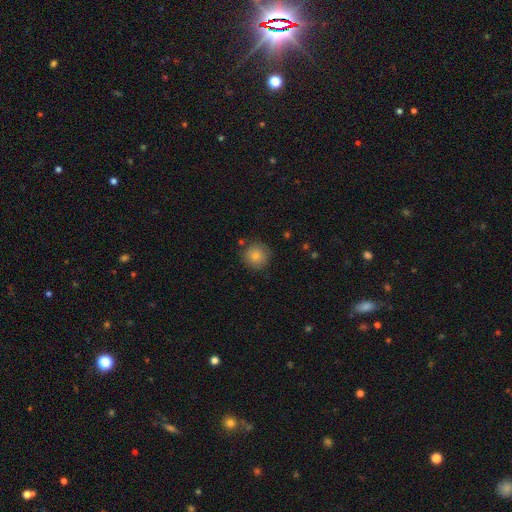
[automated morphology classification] A smooth galaxy with no disk features (83%) that is round (93%). Merging: none (84%).